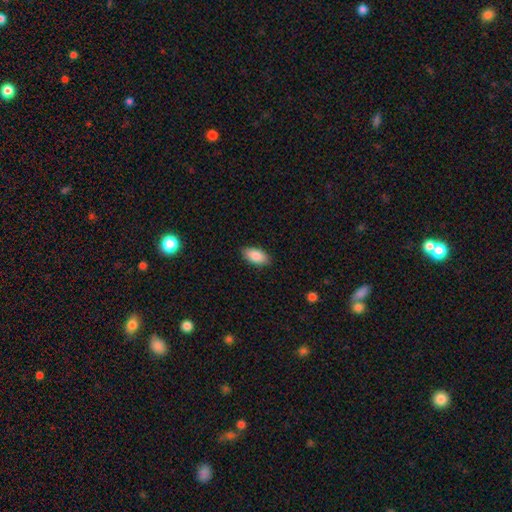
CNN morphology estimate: Q: Smooth or featured?
A: smooth (88%); runner-up: star or artifact (6%)
Q: How rounded?
A: in between (94%); runner-up: cigar-shaped (4%)
Q: Merging?
A: none (87%); runner-up: minor disturbance (10%)